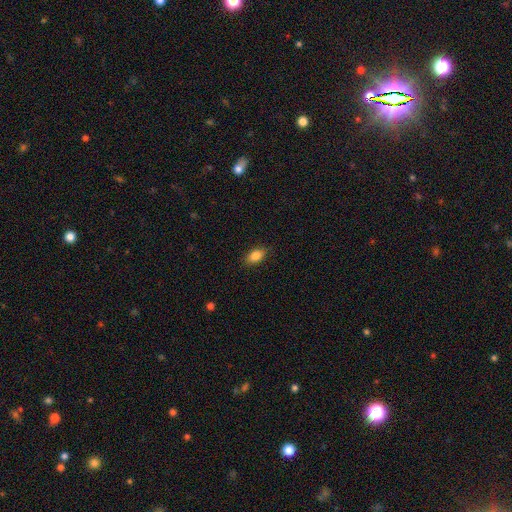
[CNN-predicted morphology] smooth 85%, star or artifact 8%, featured or disk 7%. Down the decision tree: how rounded — in between (88%); merging — none (88%).